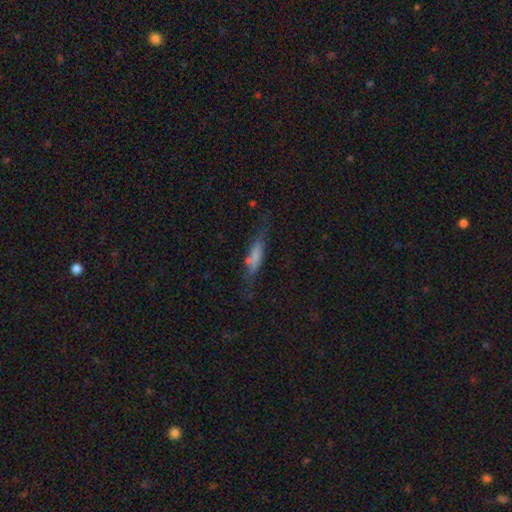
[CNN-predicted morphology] This appears to be a smooth galaxy with no disk features (59%) that is cigar-shaped (62%). Merging: none (55%).